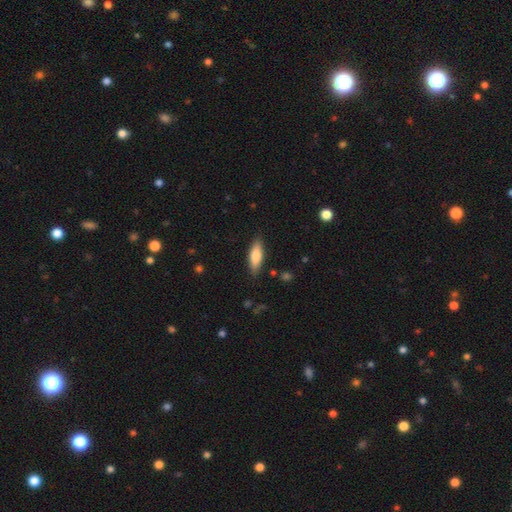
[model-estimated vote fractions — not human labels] Smooth or featured? Predicted: smooth (p=0.73). How rounded? Predicted: in between (p=0.55). Merging? Predicted: none (p=0.85).